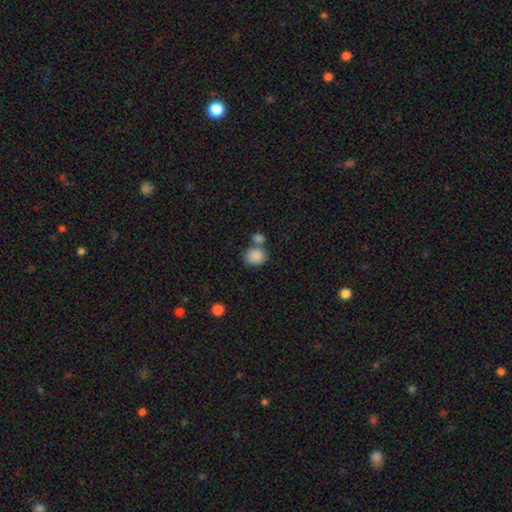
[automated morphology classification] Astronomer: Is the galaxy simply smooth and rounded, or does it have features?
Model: smooth — 86%.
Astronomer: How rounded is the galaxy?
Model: round — 67%.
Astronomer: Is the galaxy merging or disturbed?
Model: none — 50% (runner-up: merger, 34%).